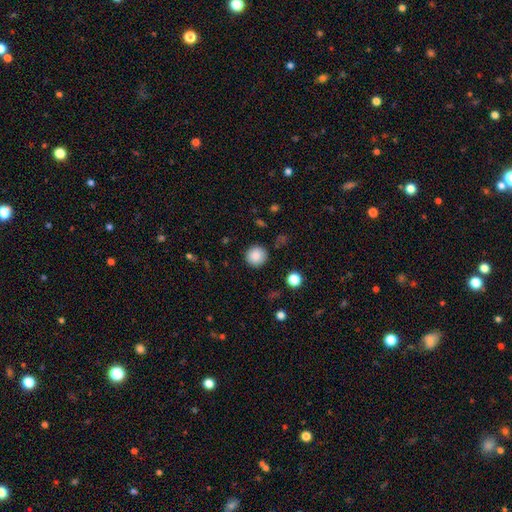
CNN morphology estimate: type=smooth (87%); roundness=round (94%); merging=none (89%).